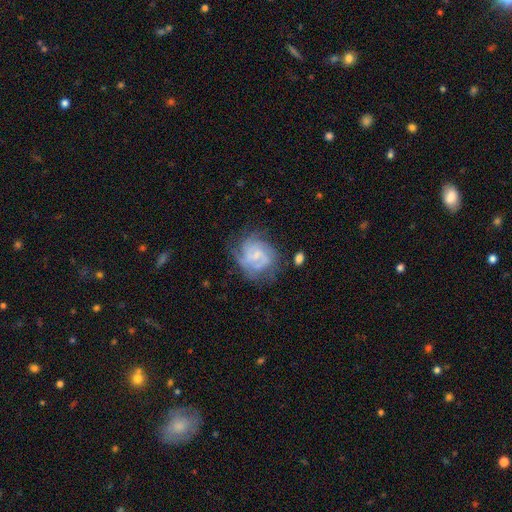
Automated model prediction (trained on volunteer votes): Smooth or featured?
  - featured or disk: 74% *
  - smooth: 18%
  - star or artifact: 8%
Edge-on disk?
  - no: 98% *
  - yes: 2%
Bar?
  - no: 54% *
  - weak: 40%
  - strong: 7%
Spiral arms?
  - yes: 86% *
  - no: 14%
Spiral winding?
  - tight: 51% *
  - medium: 37%
  - loose: 12%
Spiral arm count?
  - can't tell: 39% *
  - 3: 22%
  - 2: 19%
  - 4: 10%
  - 1: 5%
  - more than 4: 5%
Bulge size?
  - small: 62% *
  - moderate: 23%
  - none: 12%
  - large: 2%
  - dominant: 1%
Merging?
  - none: 59% *
  - minor disturbance: 23%
  - major disturbance: 15%
  - merger: 3%